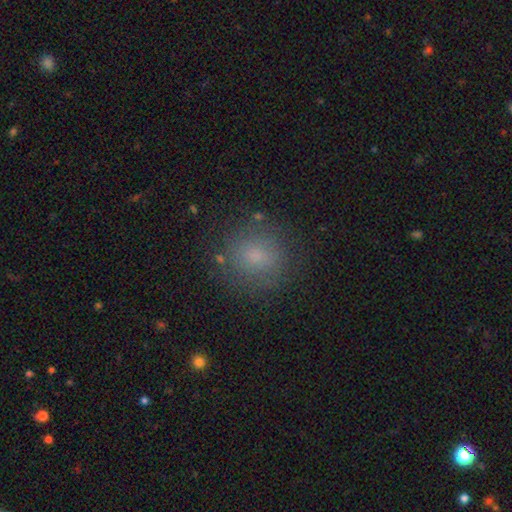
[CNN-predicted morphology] Q: Smooth or featured?
A: smooth (76%); runner-up: star or artifact (14%)
Q: How rounded?
A: round (86%); runner-up: in between (13%)
Q: Merging?
A: none (83%); runner-up: minor disturbance (11%)